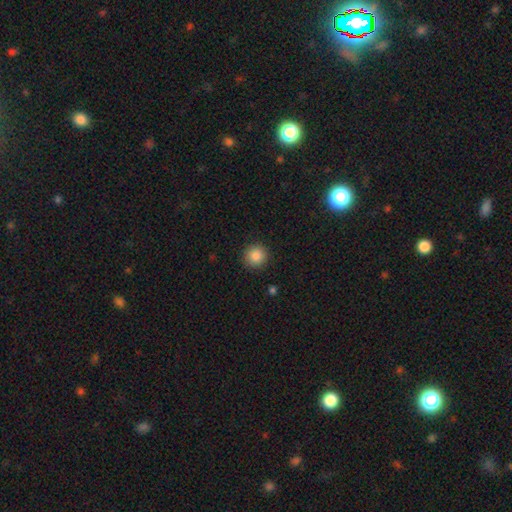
This is clearly a smooth galaxy (86%). How rounded: clearly round (97%). Merging: clearly none (94%).